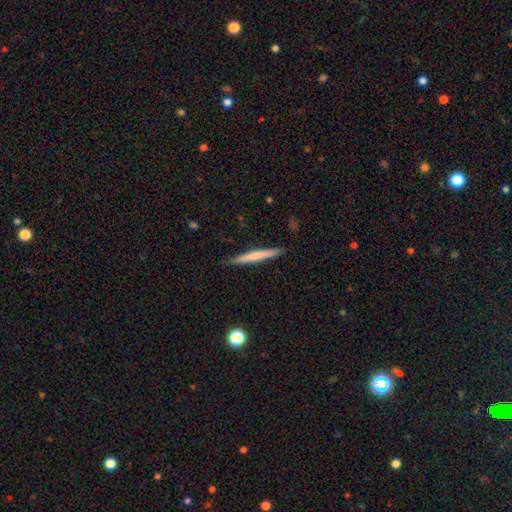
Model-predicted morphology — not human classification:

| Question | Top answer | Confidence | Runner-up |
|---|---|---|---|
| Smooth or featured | smooth | 59% | featured or disk (35%) |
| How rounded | cigar-shaped | 96% | in between (2%) |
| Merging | none | 88% | minor disturbance (9%) |